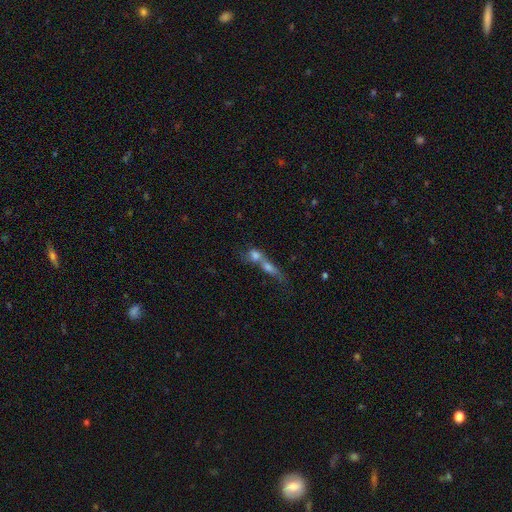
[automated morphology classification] The model was most divided on "how rounded": in between: 44%, round: 38%, cigar-shaped: 18%. More confident: merging — merger (75%); smooth or featured — smooth (63%).